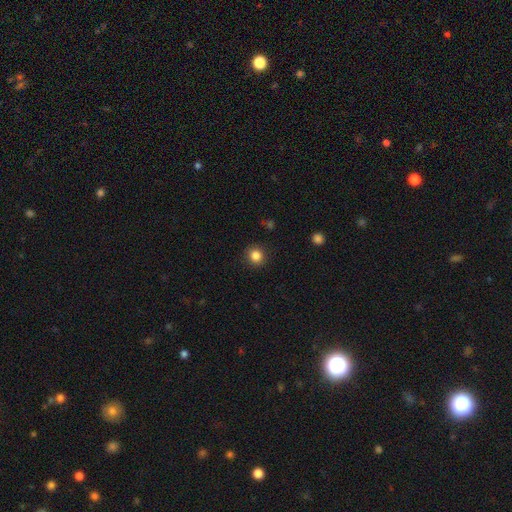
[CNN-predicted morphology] smooth 85%, star or artifact 11%, featured or disk 4%. Down the decision tree: how rounded — round (90%); merging — none (89%).